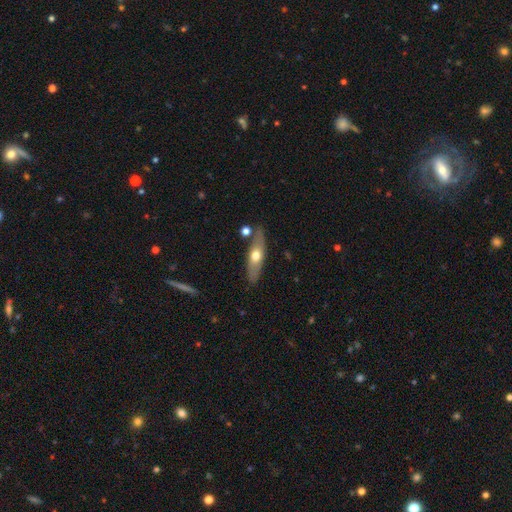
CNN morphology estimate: A smooth galaxy with no disk features (49%).

Vote fractions:
- Smooth or featured? smooth: 49% / featured or disk: 45% / star or artifact: 6%
- Merging? none: 79% / minor disturbance: 13% / merger: 6% / major disturbance: 3%